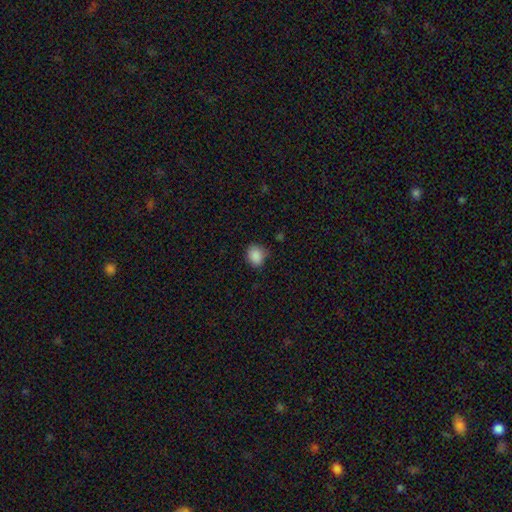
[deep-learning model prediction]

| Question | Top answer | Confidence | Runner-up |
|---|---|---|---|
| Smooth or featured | smooth | 88% | star or artifact (9%) |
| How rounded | round | 64% | in between (35%) |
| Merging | none | 74% | minor disturbance (21%) |